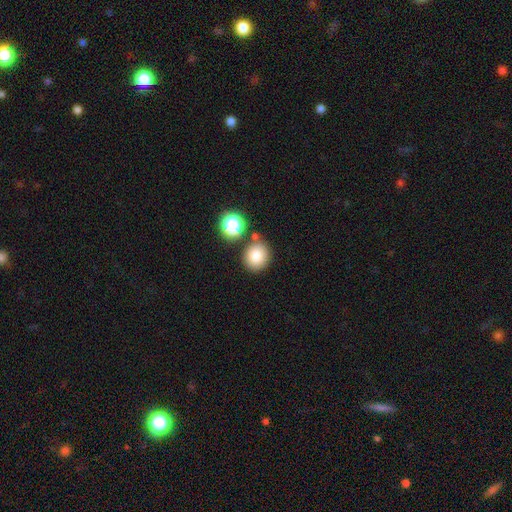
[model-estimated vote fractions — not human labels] smooth_or_featured: smooth (p=0.80) [alt: star or artifact p=0.12]
how_rounded: round (p=0.82) [alt: in between p=0.17]
merging: none (p=0.78) [alt: merger p=0.11]